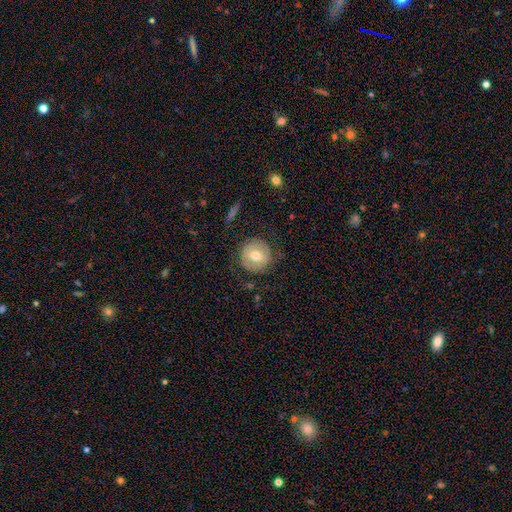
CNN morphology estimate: This appears to be a smooth galaxy with no disk features (60%) that is round (92%). Merging: none (78%).